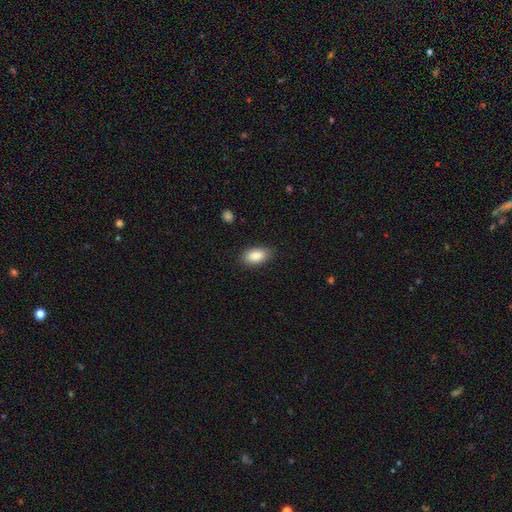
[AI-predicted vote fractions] Q: Smooth or featured?
A: smooth (88%); runner-up: star or artifact (7%)
Q: How rounded?
A: in between (92%); runner-up: round (4%)
Q: Merging?
A: none (84%); runner-up: minor disturbance (12%)